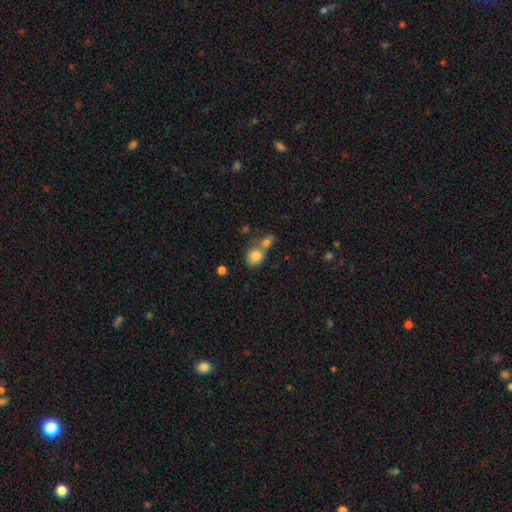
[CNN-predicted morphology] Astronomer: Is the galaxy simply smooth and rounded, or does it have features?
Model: smooth — 83%.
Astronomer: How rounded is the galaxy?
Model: round — 68%.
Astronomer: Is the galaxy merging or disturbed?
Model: merger — 49% (runner-up: none, 37%).